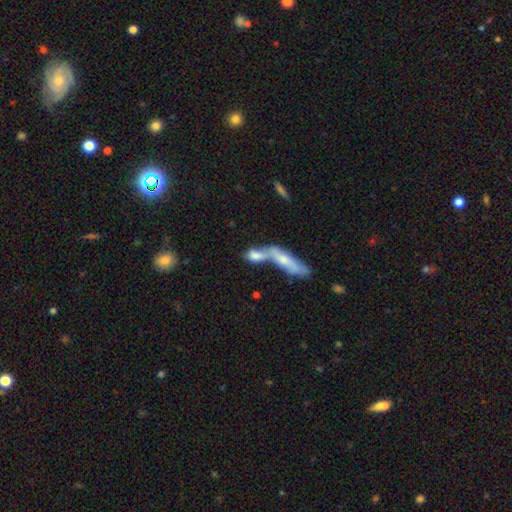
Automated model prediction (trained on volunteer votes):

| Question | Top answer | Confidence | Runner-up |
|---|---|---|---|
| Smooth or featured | smooth | 69% | featured or disk (22%) |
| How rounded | in between | 59% | cigar-shaped (34%) |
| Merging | merger | 70% | none (18%) |